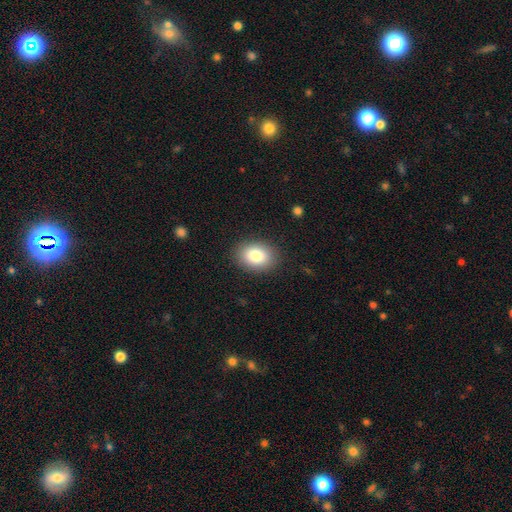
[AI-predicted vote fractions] This is clearly a smooth galaxy (83%). How rounded: likely in between (68%). Merging: clearly none (88%).